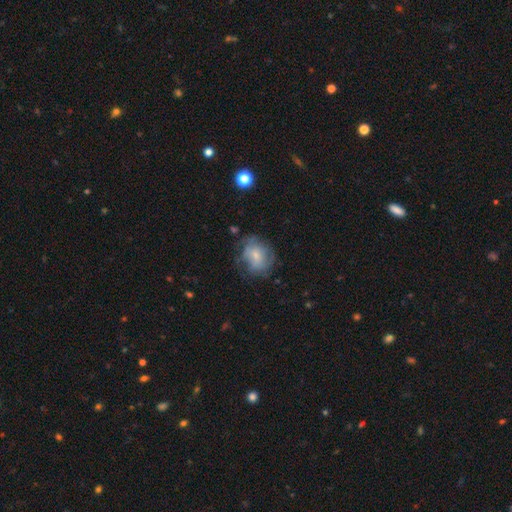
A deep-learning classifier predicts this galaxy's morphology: Overall: smooth (55%; featured or disk 36%). How rounded: round (61%; in between 38%). Merging: none (56%; minor disturbance 26%).